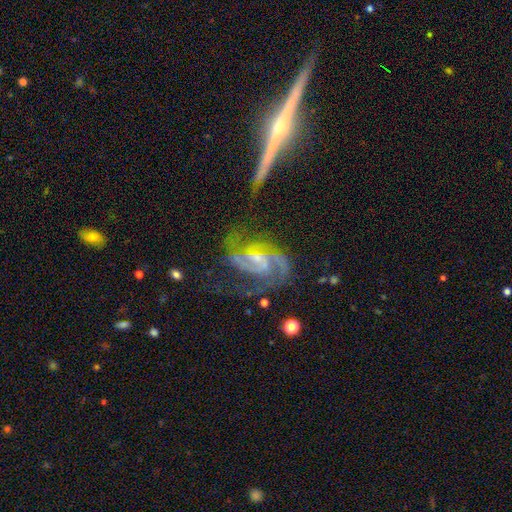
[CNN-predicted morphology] A featured or disk galaxy (90%) with a weak bar (47%), 2 (67%) medium (53%) spiral arms (97%) and a small central bulge (59%). Merging: none (54%).